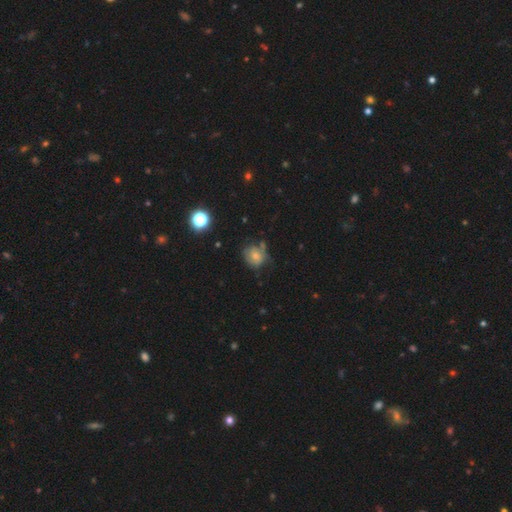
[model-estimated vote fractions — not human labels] This is likely a smooth galaxy (61%). How rounded: likely round (69%). Merging: possibly none (56%).